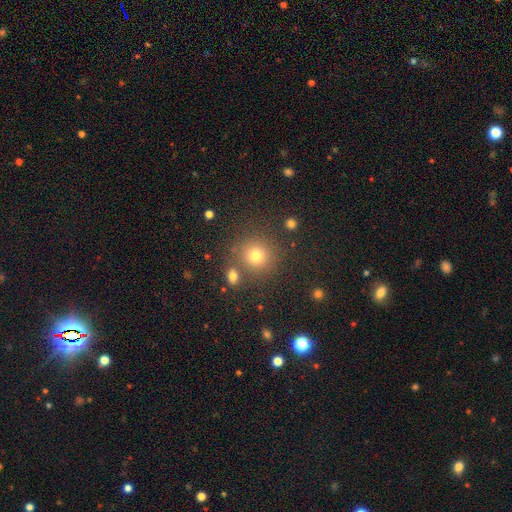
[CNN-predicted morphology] smooth 76%, star or artifact 16%, featured or disk 8%. Down the decision tree: how rounded — round (91%); merging — none (78%).